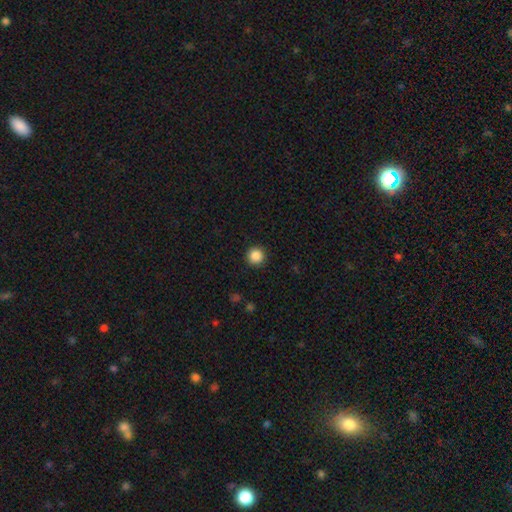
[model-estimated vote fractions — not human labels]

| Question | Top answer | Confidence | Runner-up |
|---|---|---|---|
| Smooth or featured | smooth | 87% | star or artifact (10%) |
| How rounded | round | 96% | in between (3%) |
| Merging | none | 92% | minor disturbance (5%) |